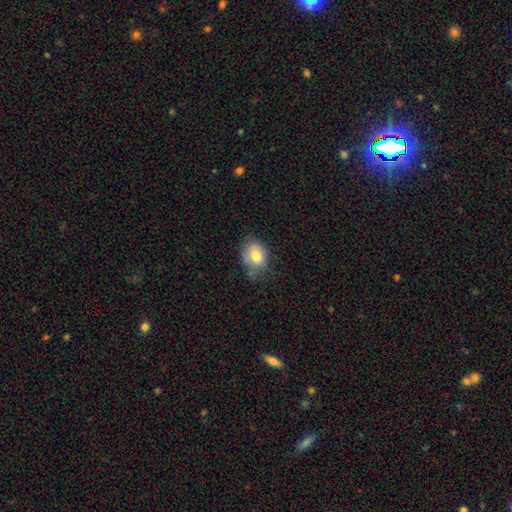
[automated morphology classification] Smooth or featured: smooth — 79% (featured or disk — 13%)
How rounded: in between — 61% (round — 38%)
Merging: none — 63% (minor disturbance — 28%)